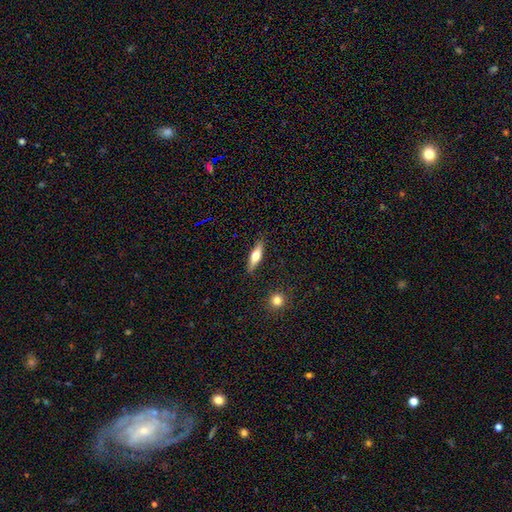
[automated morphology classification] Smooth or featured?
  - smooth: 56% *
  - featured or disk: 37%
  - star or artifact: 6%
How rounded?
  - cigar-shaped: 59% *
  - in between: 38%
  - round: 3%
Merging?
  - none: 88% *
  - minor disturbance: 9%
  - major disturbance: 2%
  - merger: 1%